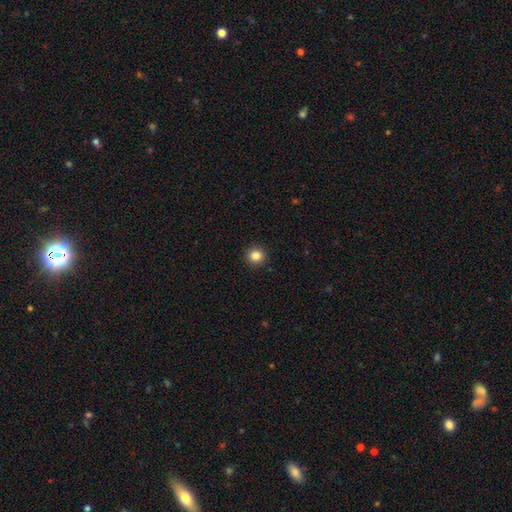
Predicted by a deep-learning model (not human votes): Smooth or featured?
  - smooth: 84% *
  - star or artifact: 11%
  - featured or disk: 5%
How rounded?
  - round: 93% *
  - in between: 6%
  - cigar-shaped: 1%
Merging?
  - none: 93% *
  - minor disturbance: 4%
  - major disturbance: 2%
  - merger: 1%